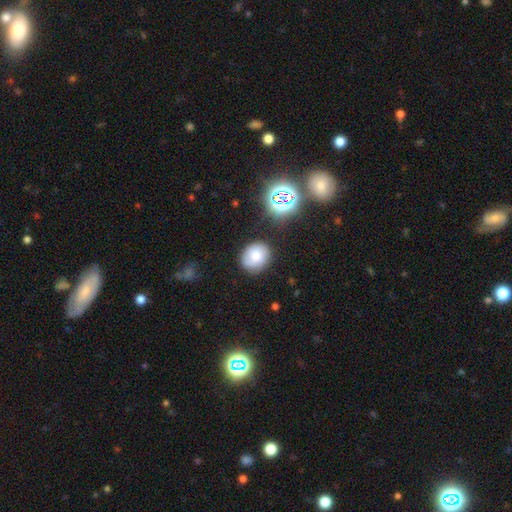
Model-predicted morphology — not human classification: Overall: smooth (73%). How rounded: round (71%). Merging: none (79%).